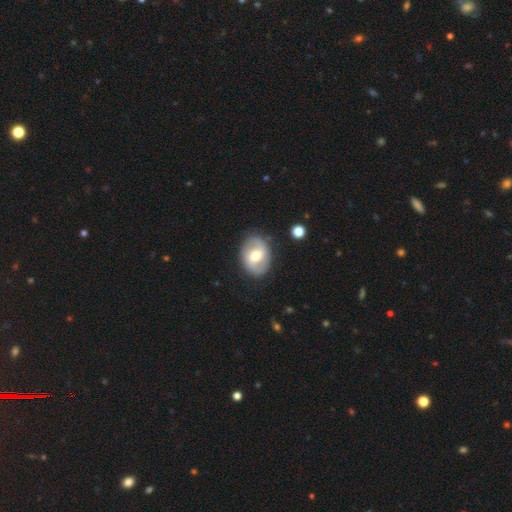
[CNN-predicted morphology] smooth-or-featured: featured or disk: 51% | smooth: 42% | star or artifact: 6%
  disk-edge-on: no: 95% | yes: 5%
  merging: none: 82% | minor disturbance: 12% | major disturbance: 4% | merger: 2%